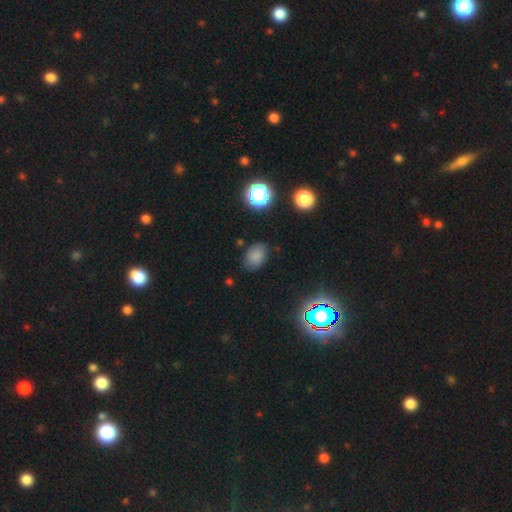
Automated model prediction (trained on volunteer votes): Smooth or featured? smooth (77%)
How rounded? in between (77%)
Merging? none (78%)